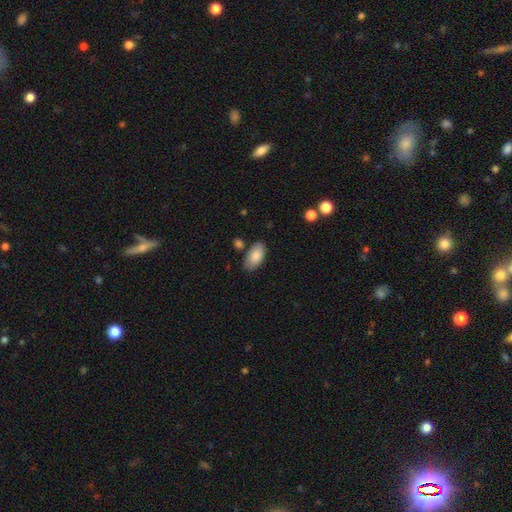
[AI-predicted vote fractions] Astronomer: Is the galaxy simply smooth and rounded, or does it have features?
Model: smooth — 85%.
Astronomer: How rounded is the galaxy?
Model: in between — 95%.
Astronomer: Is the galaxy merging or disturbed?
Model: none — 76%.